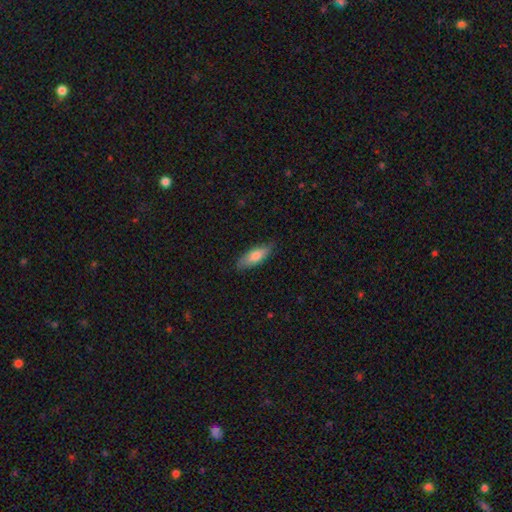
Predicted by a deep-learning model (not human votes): Q: Smooth or featured?
A: smooth (75%); runner-up: featured or disk (19%)
Q: How rounded?
A: in between (66%); runner-up: cigar-shaped (32%)
Q: Merging?
A: none (83%); runner-up: minor disturbance (14%)